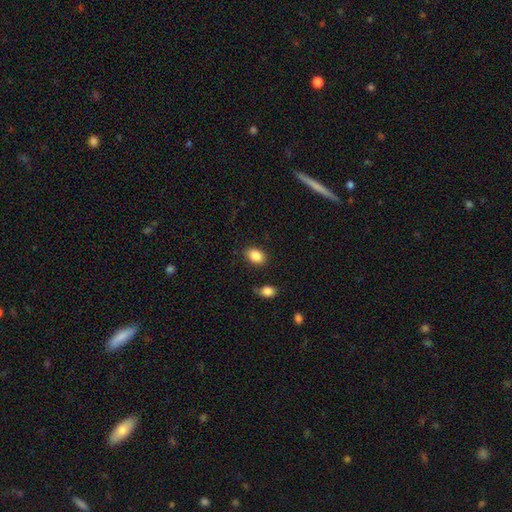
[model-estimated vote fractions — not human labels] A smooth galaxy with no disk features (87%) that is in between round and cigar-shaped (75%).

Vote fractions:
- Smooth or featured? smooth: 87% / star or artifact: 8% / featured or disk: 5%
- How rounded? in between: 75% / round: 24% / cigar-shaped: 1%
- Merging? none: 82% / minor disturbance: 11% / merger: 3% / major disturbance: 3%